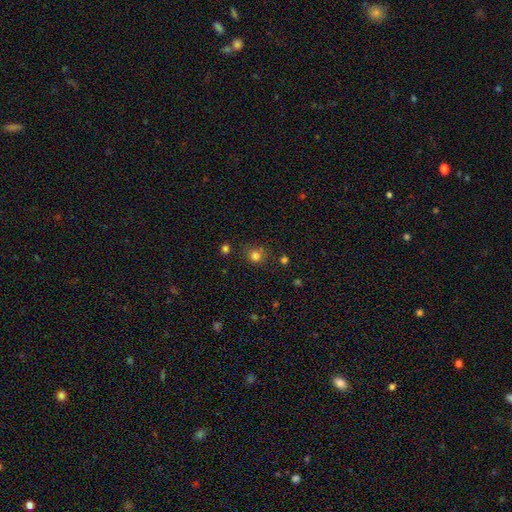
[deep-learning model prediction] Overall: smooth (75%). How rounded: round (78%). Merging: none (67%).